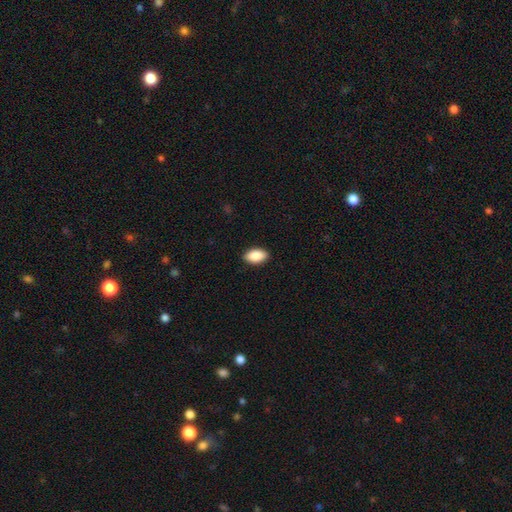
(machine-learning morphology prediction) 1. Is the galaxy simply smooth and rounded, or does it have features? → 89% smooth, 7% star or artifact, 4% featured or disk.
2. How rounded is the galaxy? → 94% in between, 4% round, 2% cigar-shaped.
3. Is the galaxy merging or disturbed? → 89% none, 8% minor disturbance, 2% major disturbance, 1% merger.